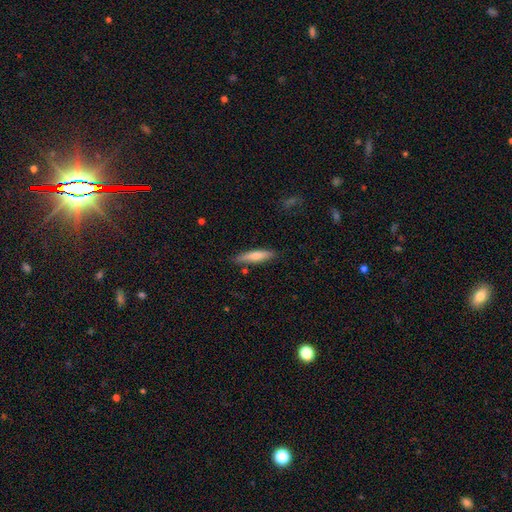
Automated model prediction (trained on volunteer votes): smooth 67%, featured or disk 27%, star or artifact 6%. Down the decision tree: how rounded — cigar-shaped (83%); merging — none (84%).